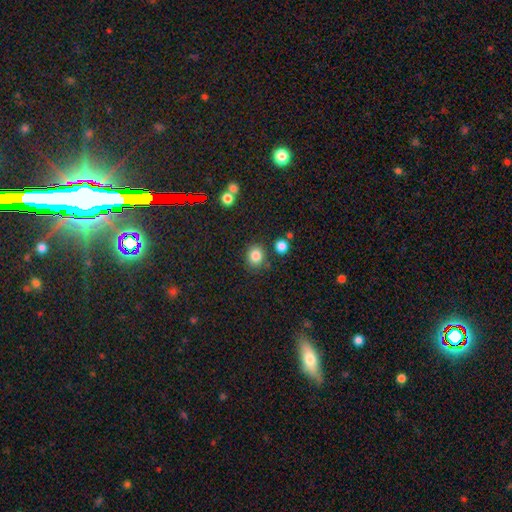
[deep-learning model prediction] Overall: smooth (83%). How rounded: round (70%). Merging: none (78%).